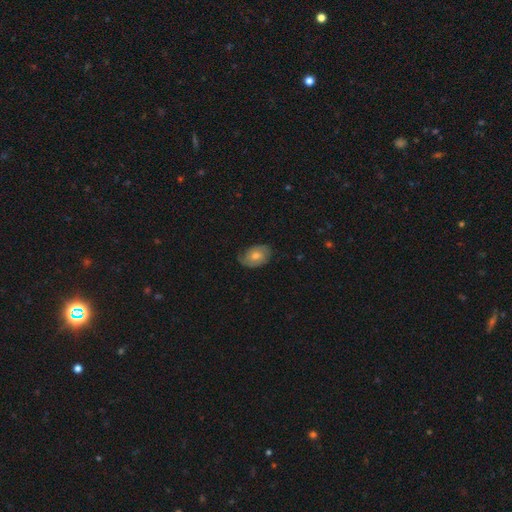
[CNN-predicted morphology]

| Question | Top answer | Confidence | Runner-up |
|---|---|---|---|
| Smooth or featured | featured or disk | 59% | smooth (32%) |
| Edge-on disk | no | 96% | yes (4%) |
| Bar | no | 71% | weak (25%) |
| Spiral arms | yes | 84% | no (16%) |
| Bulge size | moderate | 65% | small (29%) |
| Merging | none | 75% | minor disturbance (19%) |